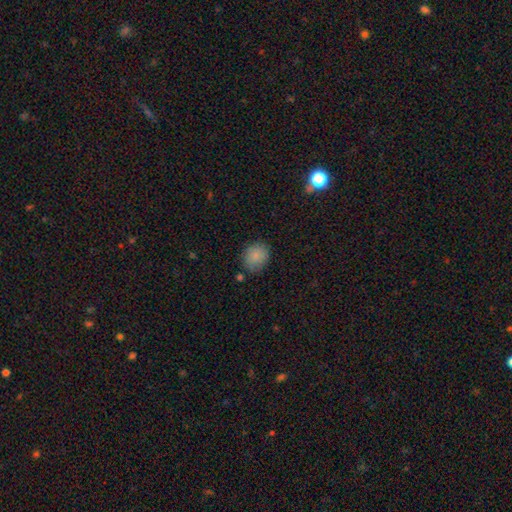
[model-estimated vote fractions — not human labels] Smooth or featured?
  - smooth: 85% *
  - star or artifact: 9%
  - featured or disk: 6%
How rounded?
  - round: 60% *
  - in between: 39%
  - cigar-shaped: 1%
Merging?
  - none: 77% *
  - minor disturbance: 16%
  - major disturbance: 4%
  - merger: 3%